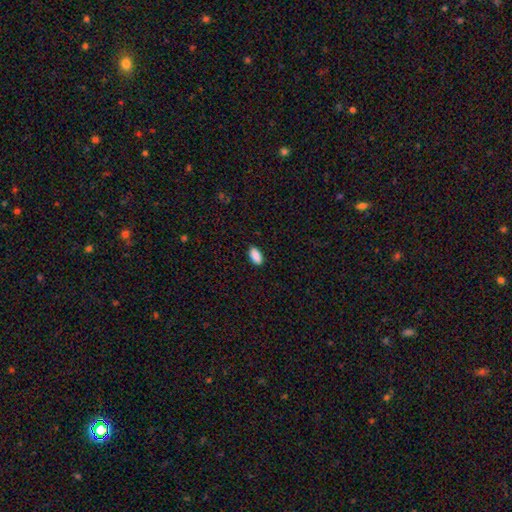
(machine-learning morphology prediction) smooth 89%, star or artifact 7%, featured or disk 4%. Down the decision tree: how rounded — in between (93%); merging — none (89%).